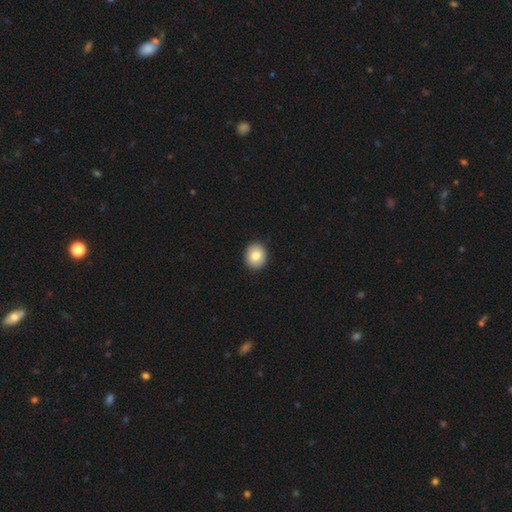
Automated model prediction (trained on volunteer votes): smooth 82%, featured or disk 10%, star or artifact 8%. Down the decision tree: how rounded — round (68%); merging — none (92%).